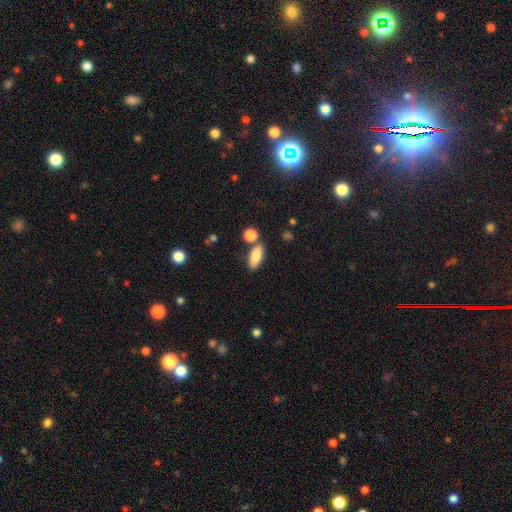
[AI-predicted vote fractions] Smooth or featured? smooth (86%)
How rounded? in between (78%)
Merging? none (71%)